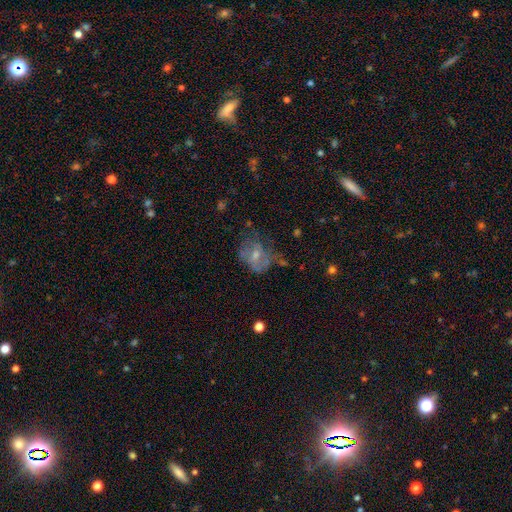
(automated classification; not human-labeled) smooth_or_featured: featured or disk (p=0.45) [tied with: smooth p=0.45]
merging: none (p=0.37) [alt: major disturbance p=0.30]